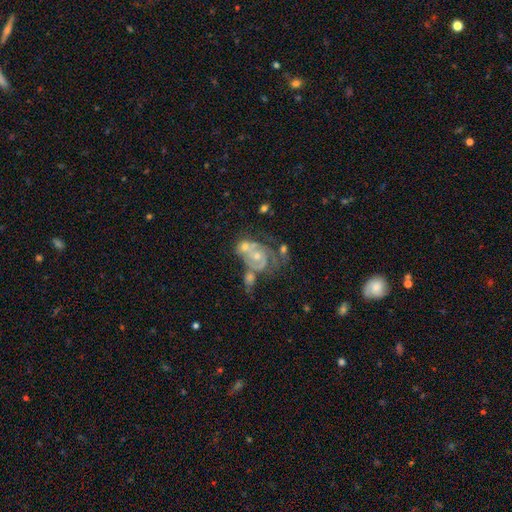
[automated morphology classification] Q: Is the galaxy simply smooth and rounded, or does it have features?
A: featured or disk — 82%.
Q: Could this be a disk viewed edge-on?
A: no — 98%.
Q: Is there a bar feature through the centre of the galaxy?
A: no — 72%.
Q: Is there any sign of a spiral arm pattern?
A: yes — 90%.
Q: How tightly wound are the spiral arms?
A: tight — 55%.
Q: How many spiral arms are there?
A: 2 — 57%.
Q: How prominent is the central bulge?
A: small — 49%.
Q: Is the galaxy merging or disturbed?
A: merger — 44%.